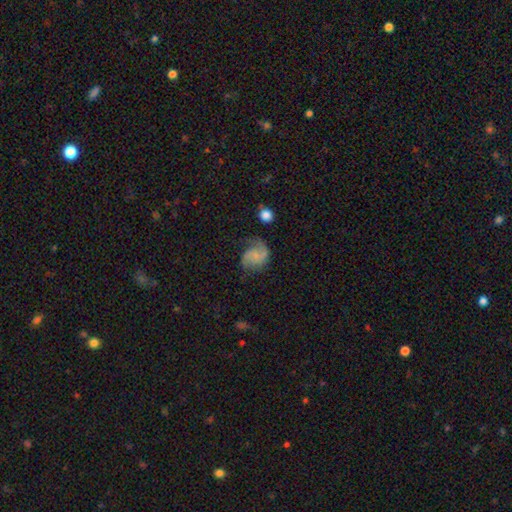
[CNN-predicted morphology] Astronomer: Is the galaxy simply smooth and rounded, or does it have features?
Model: featured or disk — 68%.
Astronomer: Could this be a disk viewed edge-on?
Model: no — 98%.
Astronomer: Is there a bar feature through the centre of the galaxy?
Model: no — 61%.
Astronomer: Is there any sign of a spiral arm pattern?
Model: yes — 93%.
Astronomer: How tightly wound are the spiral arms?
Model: medium — 45% (runner-up: loose, 38%).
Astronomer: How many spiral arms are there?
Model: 2 — 85%.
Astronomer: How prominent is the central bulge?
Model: small — 50% (runner-up: none, 34%).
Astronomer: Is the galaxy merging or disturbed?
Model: none — 61%.